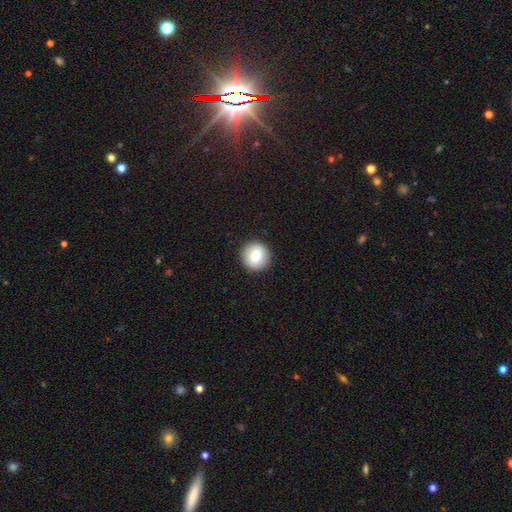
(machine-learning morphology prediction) Smooth or featured? smooth (78%)
How rounded? round (94%)
Merging? none (92%)